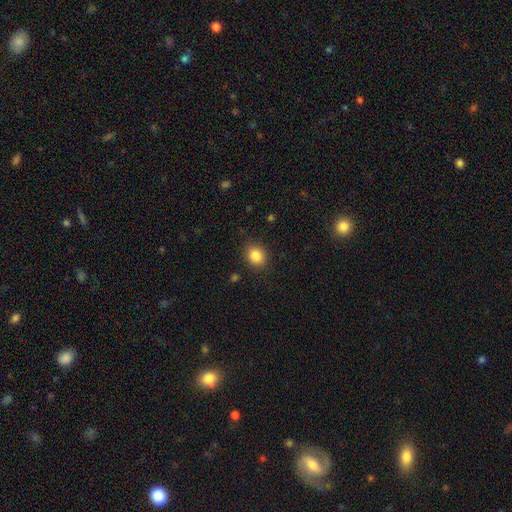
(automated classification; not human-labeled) smooth_or_featured: smooth (p=0.85) [alt: star or artifact p=0.10]
how_rounded: round (p=0.68) [alt: in between p=0.31]
merging: none (p=0.88) [alt: minor disturbance p=0.08]